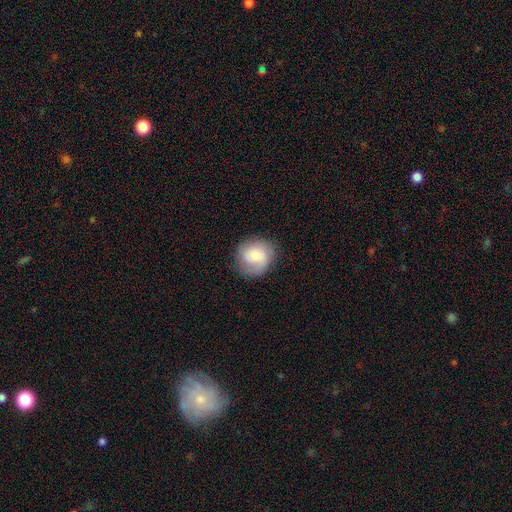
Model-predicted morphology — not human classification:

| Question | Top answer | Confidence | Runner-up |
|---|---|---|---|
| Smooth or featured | smooth | 66% | featured or disk (26%) |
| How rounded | round | 78% | in between (21%) |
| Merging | none | 75% | minor disturbance (17%) |